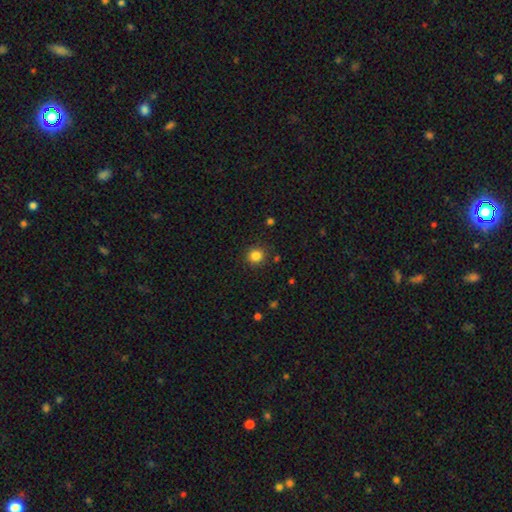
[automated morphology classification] Smooth or featured: smooth — 84% (star or artifact — 12%)
How rounded: round — 90% (in between — 9%)
Merging: none — 88% (minor disturbance — 8%)